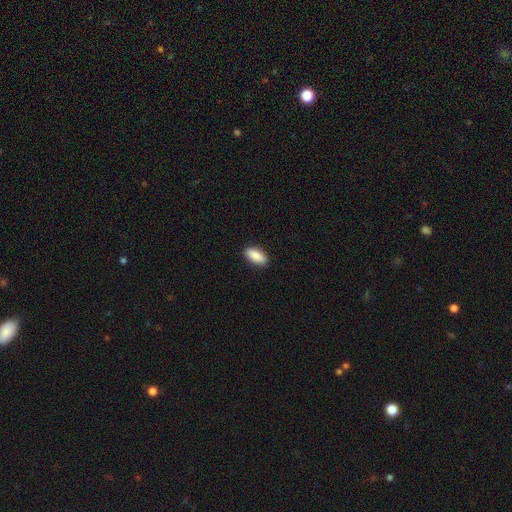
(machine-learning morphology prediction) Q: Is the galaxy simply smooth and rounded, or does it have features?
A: smooth — 89%.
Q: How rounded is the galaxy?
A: in between — 88%.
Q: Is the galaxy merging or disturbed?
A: none — 90%.